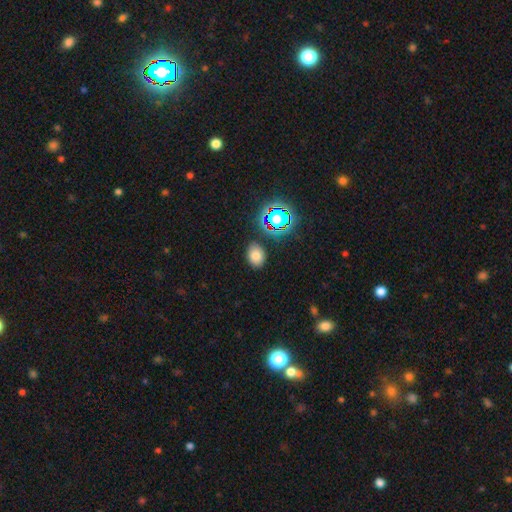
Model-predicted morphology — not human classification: Smooth or featured? smooth (72%)
How rounded? in between (68%)
Merging? none (83%)